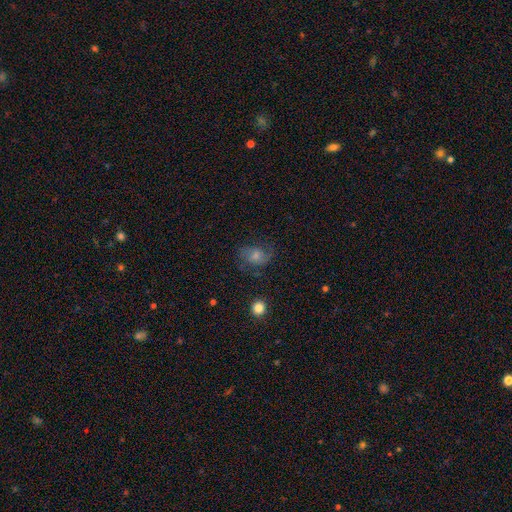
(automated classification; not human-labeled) Smooth or featured: featured or disk — 52% (smooth — 32%)
Edge-on disk: no — 96% (yes — 4%)
Merging: none — 66% (minor disturbance — 20%)